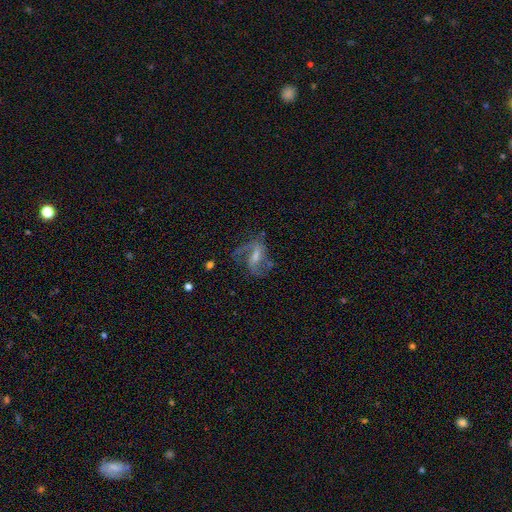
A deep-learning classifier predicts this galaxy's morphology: smooth_or_featured: featured or disk (p=0.76) [alt: smooth p=0.14]
disk_edge_on: no (p=0.95) [alt: yes p=0.05]
bar: weak (p=0.48) [alt: strong p=0.26]
has_spiral_arms: yes (p=0.90) [alt: no p=0.10]
spiral_winding: loose (p=0.46) [alt: medium p=0.41]
spiral_arm_count: 2 (p=0.62) [alt: 1 p=0.15]
bulge_size: moderate (p=0.41) [alt: small p=0.40]
merging: none (p=0.53) [alt: major disturbance p=0.25]